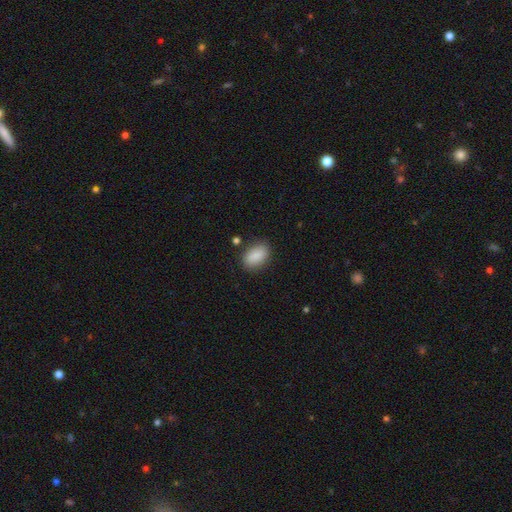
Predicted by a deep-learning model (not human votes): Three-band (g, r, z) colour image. It shows a smooth galaxy with no disk features (89%) that is in between round and cigar-shaped (90%). Merging: none (83%).